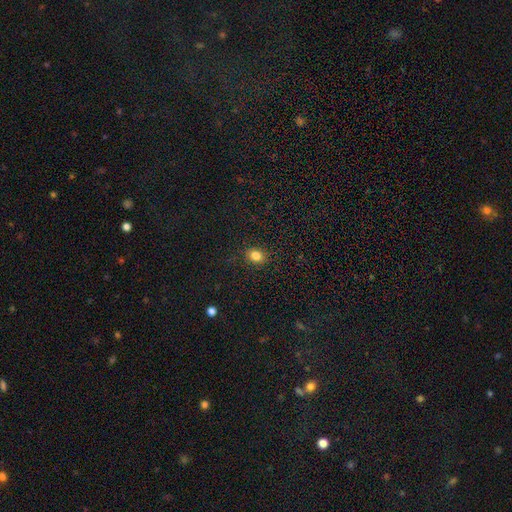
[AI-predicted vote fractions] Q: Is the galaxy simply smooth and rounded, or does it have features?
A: smooth — 82%.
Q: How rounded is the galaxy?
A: round — 61%.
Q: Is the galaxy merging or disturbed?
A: none — 88%.